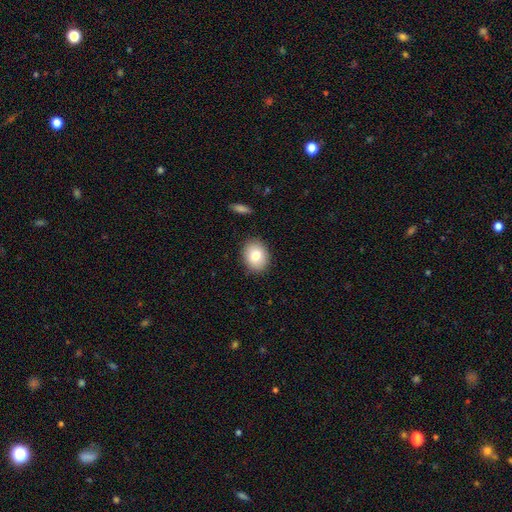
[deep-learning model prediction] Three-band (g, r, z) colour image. It shows a smooth galaxy with no disk features (80%) that is in between round and cigar-shaped (53%). Merging: none (87%).